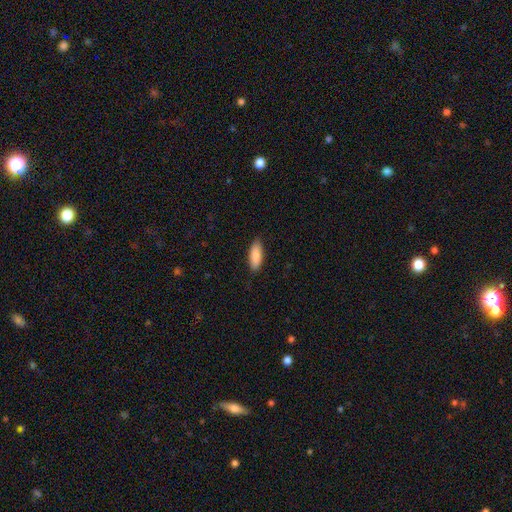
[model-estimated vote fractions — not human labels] smooth_or_featured: smooth (p=0.88) [alt: featured or disk p=0.06]
how_rounded: in between (p=0.74) [alt: cigar-shaped p=0.24]
merging: none (p=0.87) [alt: minor disturbance p=0.11]